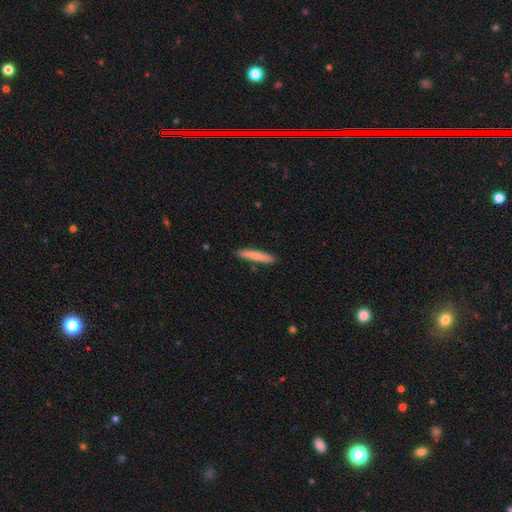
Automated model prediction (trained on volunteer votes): The model was most divided on "smooth or featured": smooth: 79%, featured or disk: 16%, star or artifact: 6%. More confident: how rounded — cigar-shaped (93%); merging — none (87%).